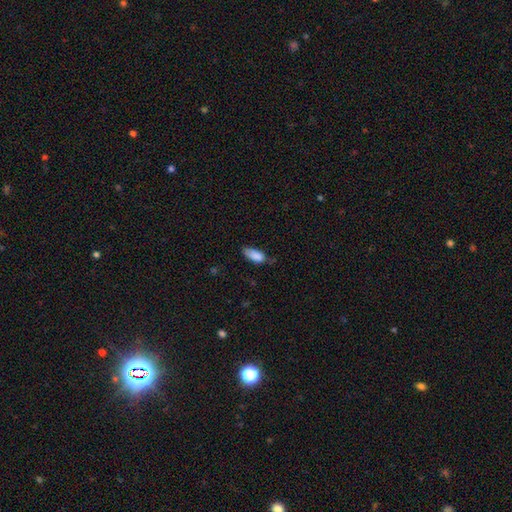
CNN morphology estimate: Q: Smooth or featured?
A: smooth (85%); runner-up: star or artifact (7%)
Q: How rounded?
A: in between (85%); runner-up: cigar-shaped (12%)
Q: Merging?
A: none (50%); runner-up: minor disturbance (39%)